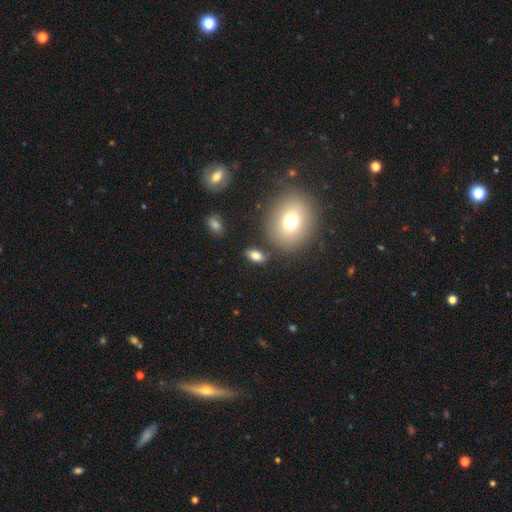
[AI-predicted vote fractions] smooth 79%, star or artifact 11%, featured or disk 11%. Down the decision tree: how rounded — in between (84%); merging — none (78%).